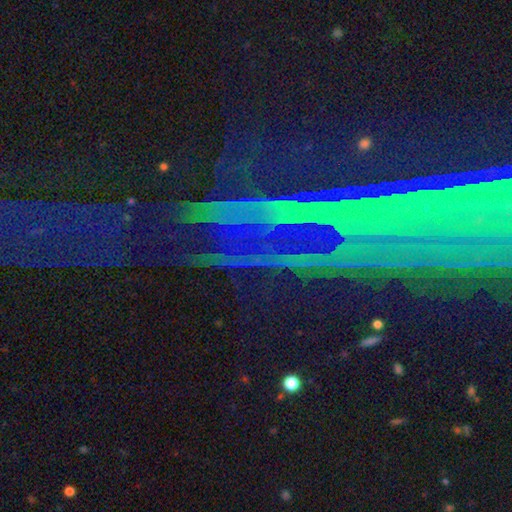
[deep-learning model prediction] star or artifact 79%, featured or disk 12%, smooth 9%.